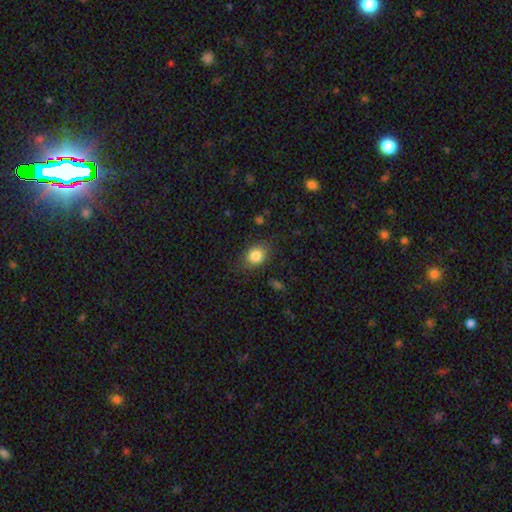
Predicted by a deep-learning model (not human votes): Smooth or featured?
  - smooth: 84% *
  - star or artifact: 9%
  - featured or disk: 7%
How rounded?
  - in between: 56% *
  - round: 43%
  - cigar-shaped: 1%
Merging?
  - none: 79% *
  - minor disturbance: 15%
  - major disturbance: 5%
  - merger: 1%